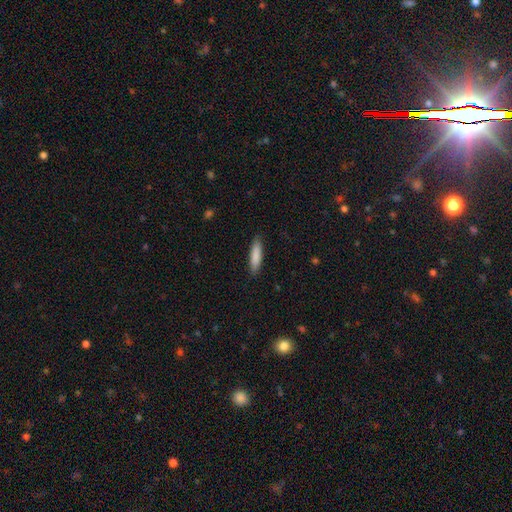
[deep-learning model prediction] Smooth or featured: smooth — 86% (featured or disk — 9%)
How rounded: cigar-shaped — 76% (in between — 23%)
Merging: none — 89% (minor disturbance — 8%)